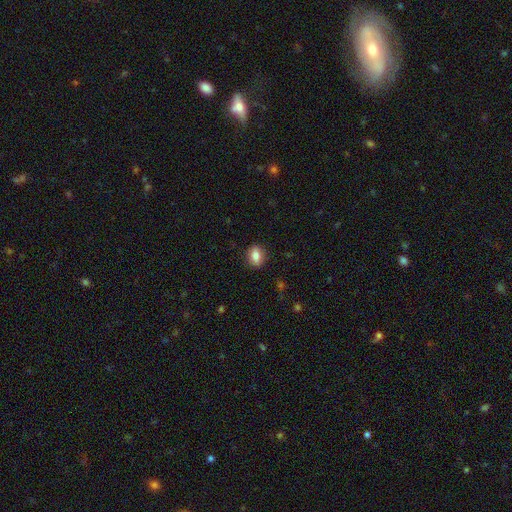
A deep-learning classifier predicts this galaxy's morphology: smooth_or_featured: smooth (p=0.82) [alt: featured or disk p=0.10]
how_rounded: in between (p=0.69) [alt: round p=0.29]
merging: none (p=0.87) [alt: minor disturbance p=0.09]